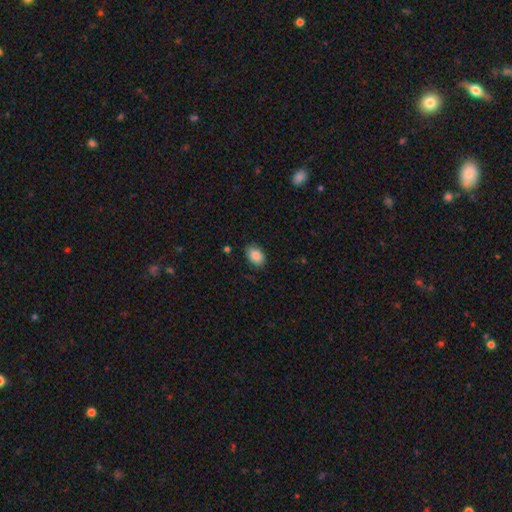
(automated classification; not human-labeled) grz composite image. It shows a smooth galaxy with no disk features (88%) that is in between round and cigar-shaped (85%). Merging: none (83%).